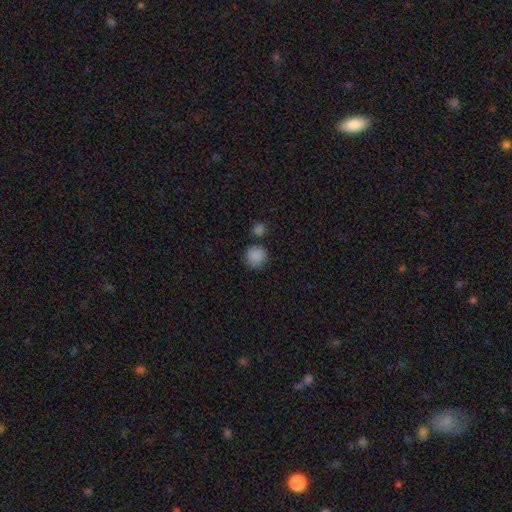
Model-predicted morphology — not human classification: type=smooth (87%); roundness=round (92%); merging=none (79%).